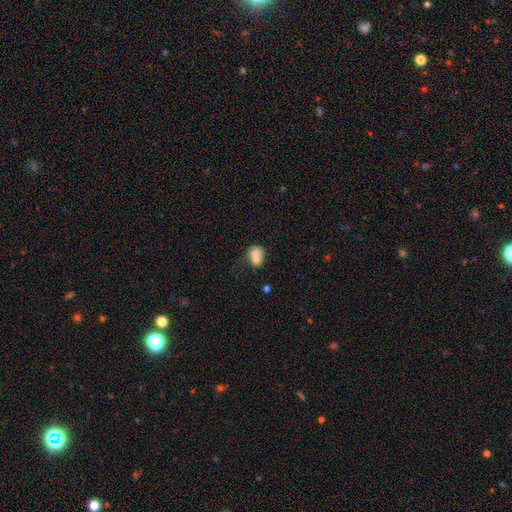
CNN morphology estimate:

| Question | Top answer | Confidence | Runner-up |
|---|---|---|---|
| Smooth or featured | smooth | 73% | featured or disk (17%) |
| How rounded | in between | 54% | round (45%) |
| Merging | merger | 57% | none (26%) |